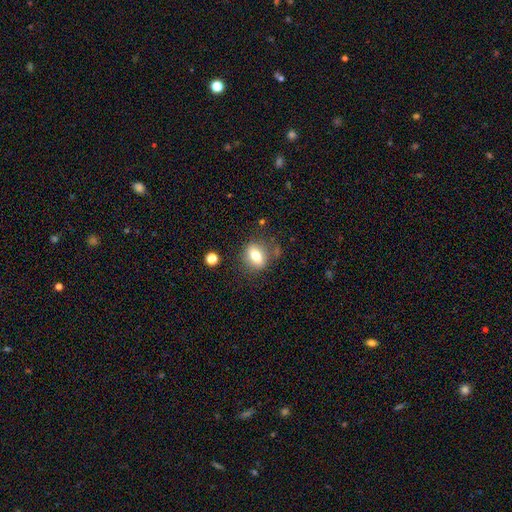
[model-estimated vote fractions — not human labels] Smooth or featured: smooth — 72% (featured or disk — 19%)
How rounded: in between — 64% (round — 31%)
Merging: none — 78% (minor disturbance — 13%)